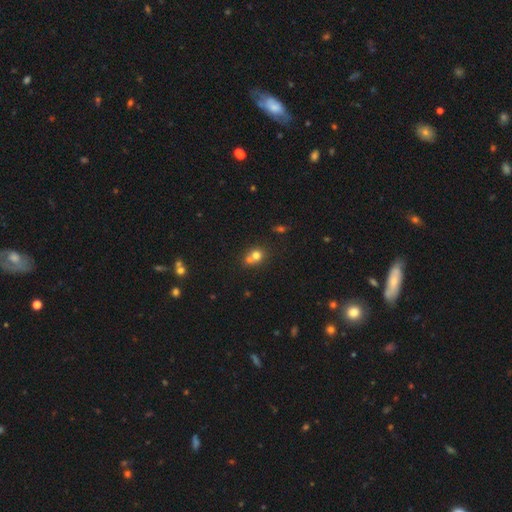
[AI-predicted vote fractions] Smooth or featured? Predicted: smooth (p=0.72). How rounded? Predicted: round (p=0.80). Merging? Predicted: merger (p=0.51).